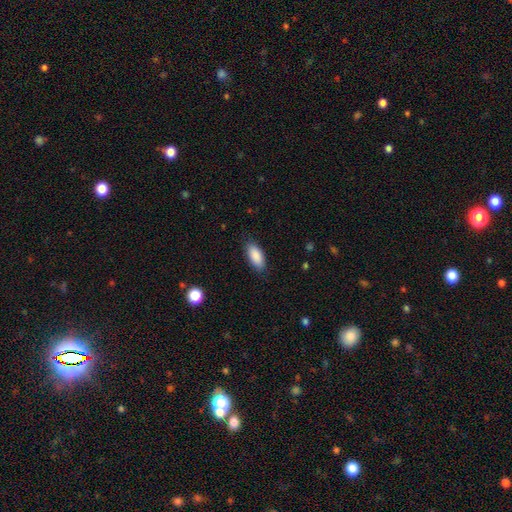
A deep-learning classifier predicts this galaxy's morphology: Smooth or featured?
  - smooth: 89% *
  - star or artifact: 6%
  - featured or disk: 4%
How rounded?
  - in between: 88% *
  - cigar-shaped: 10%
  - round: 2%
Merging?
  - none: 85% *
  - minor disturbance: 11%
  - major disturbance: 3%
  - merger: 1%